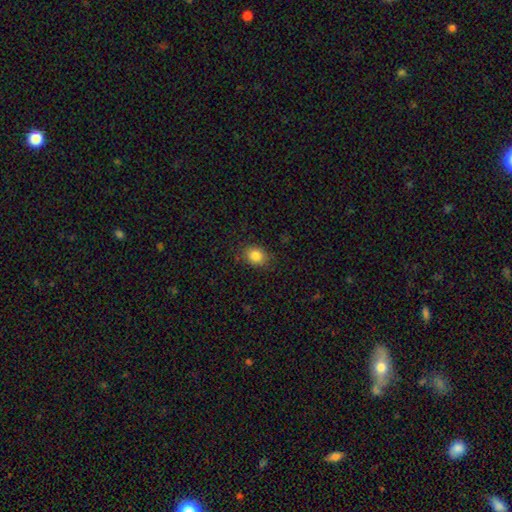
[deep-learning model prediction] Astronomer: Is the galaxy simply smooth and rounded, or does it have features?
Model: smooth — 85%.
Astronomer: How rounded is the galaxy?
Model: in between — 51% (runner-up: round, 48%).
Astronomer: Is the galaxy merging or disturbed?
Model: none — 84%.